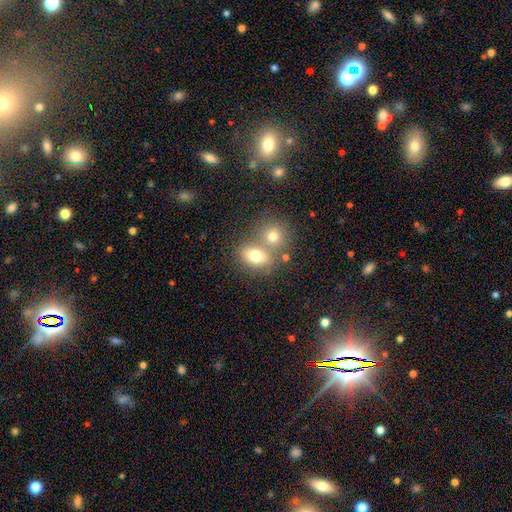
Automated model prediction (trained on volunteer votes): smooth 74%, featured or disk 15%, star or artifact 11%. Down the decision tree: how rounded — in between (68%); merging — merger (46%).